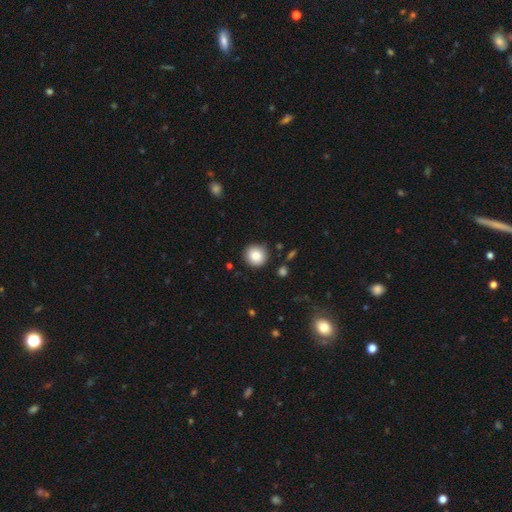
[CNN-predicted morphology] Smooth or featured: smooth — 84% (star or artifact — 9%)
How rounded: round — 94% (in between — 5%)
Merging: none — 88% (minor disturbance — 8%)